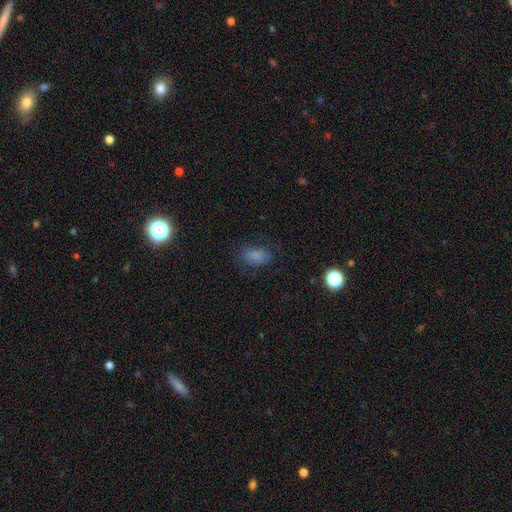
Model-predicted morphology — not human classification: The model was most divided on "merging": none: 69%, minor disturbance: 20%, major disturbance: 9%, merger: 2%. More confident: how rounded — in between (87%); smooth or featured — smooth (77%).